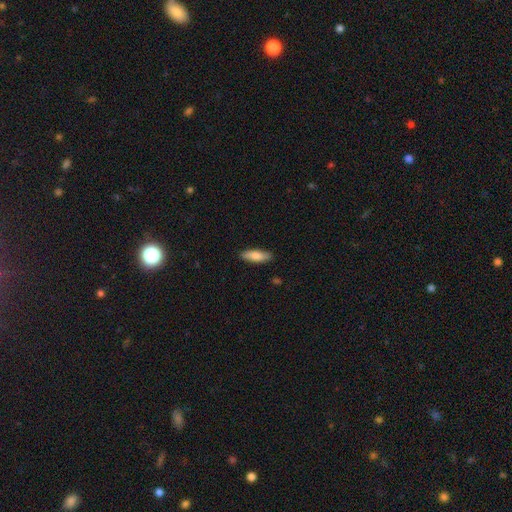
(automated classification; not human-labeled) smooth_or_featured: smooth (p=0.81) [alt: featured or disk p=0.13]
how_rounded: in between (p=0.57) [alt: cigar-shaped p=0.41]
merging: none (p=0.88) [alt: minor disturbance p=0.09]